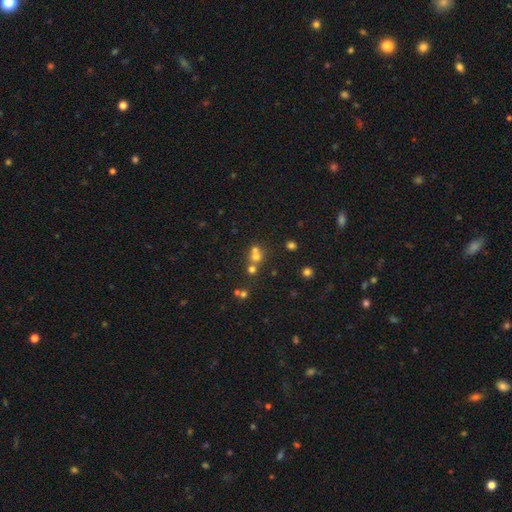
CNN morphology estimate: Smooth or featured? smooth (60%)
How rounded? round (84%)
Merging? merger (48%)